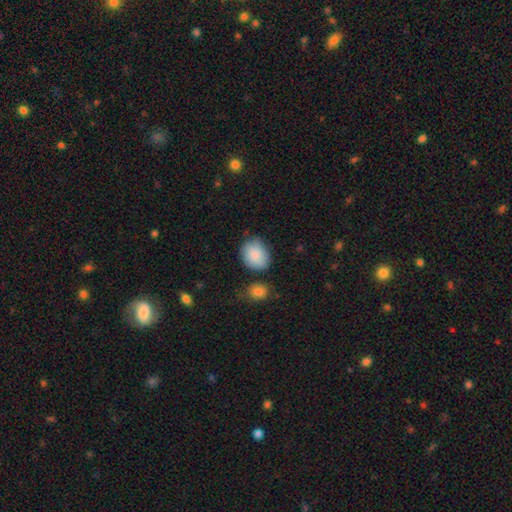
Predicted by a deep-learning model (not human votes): Smooth or featured: smooth — 87% (featured or disk — 7%)
How rounded: in between — 52% (round — 47%)
Merging: none — 65% (minor disturbance — 22%)